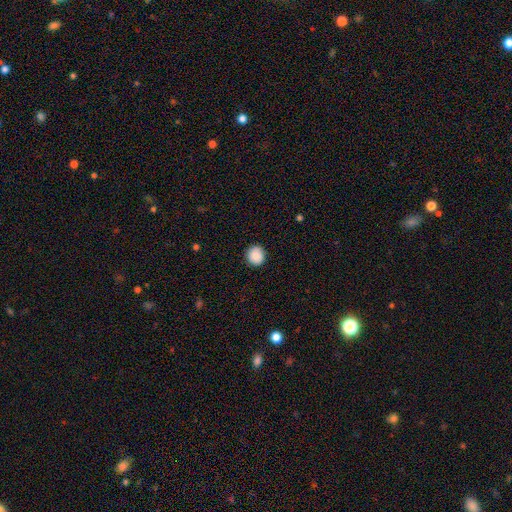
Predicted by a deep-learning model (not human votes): Q: Smooth or featured?
A: smooth (89%); runner-up: star or artifact (8%)
Q: How rounded?
A: round (90%); runner-up: in between (9%)
Q: Merging?
A: none (90%); runner-up: minor disturbance (7%)